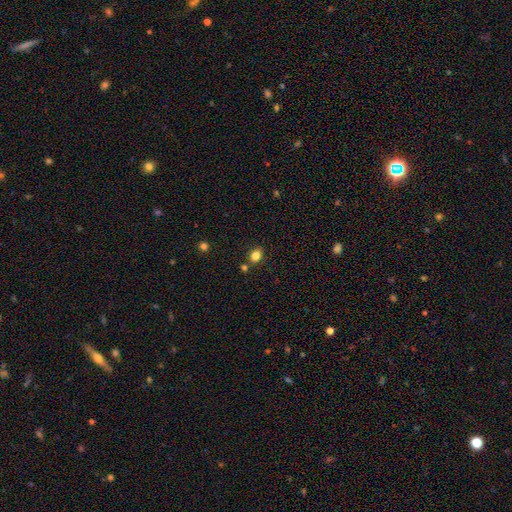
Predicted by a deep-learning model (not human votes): Smooth or featured? Predicted: smooth (p=0.81). How rounded? Predicted: round (p=0.50). Merging? Predicted: none (p=0.79).